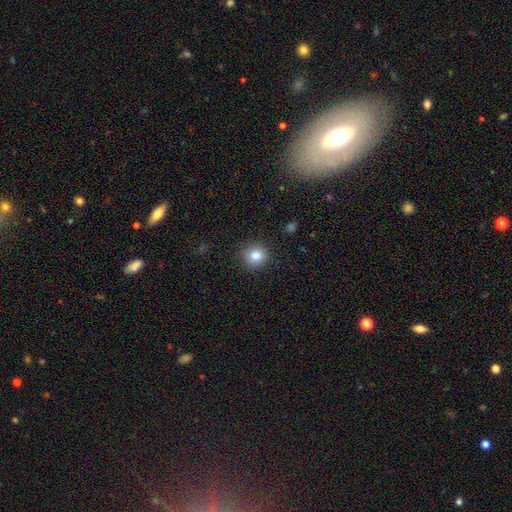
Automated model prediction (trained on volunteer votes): Overall: smooth (82%). How rounded: round (91%). Merging: none (90%).